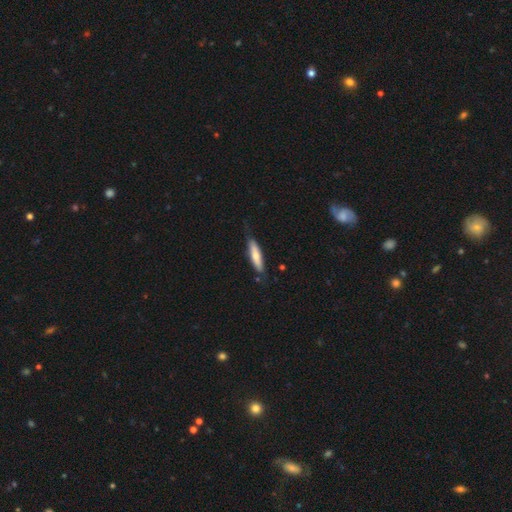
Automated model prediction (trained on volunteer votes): A smooth galaxy with no disk features (65%) that is cigar-shaped (75%). Merging: none (73%).